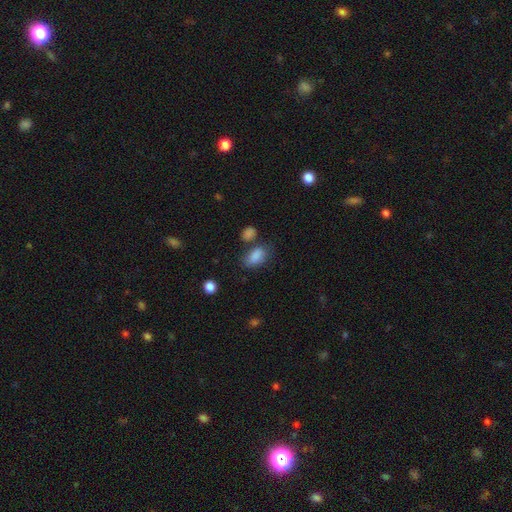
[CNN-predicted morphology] type=smooth (84%); roundness=in between (89%); merging=none (60%).